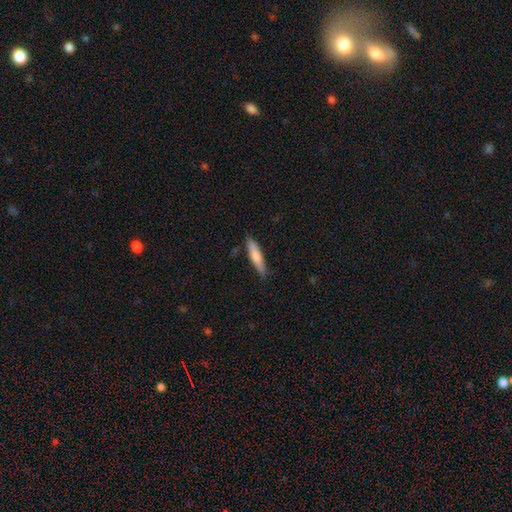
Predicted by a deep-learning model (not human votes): Overall: smooth (72%). How rounded: cigar-shaped (84%). Merging: none (85%).